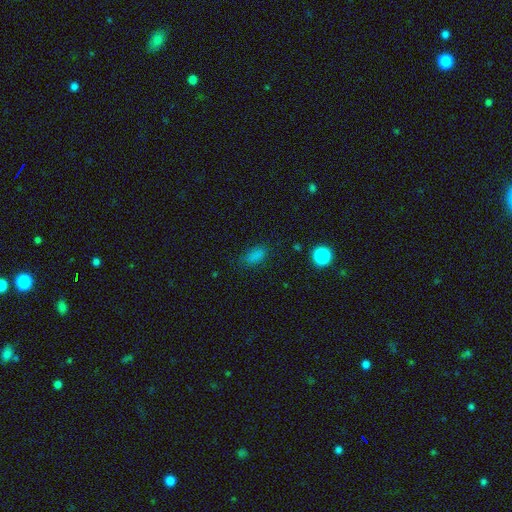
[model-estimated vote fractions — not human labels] This is likely a smooth galaxy (79%). How rounded: clearly in between (86%). Merging: likely none (77%).